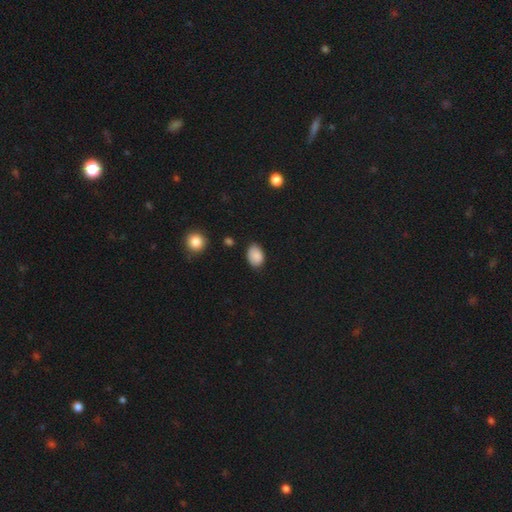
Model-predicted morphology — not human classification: Smooth or featured: smooth — 88% (star or artifact — 8%)
How rounded: in between — 82% (round — 17%)
Merging: none — 78% (minor disturbance — 17%)